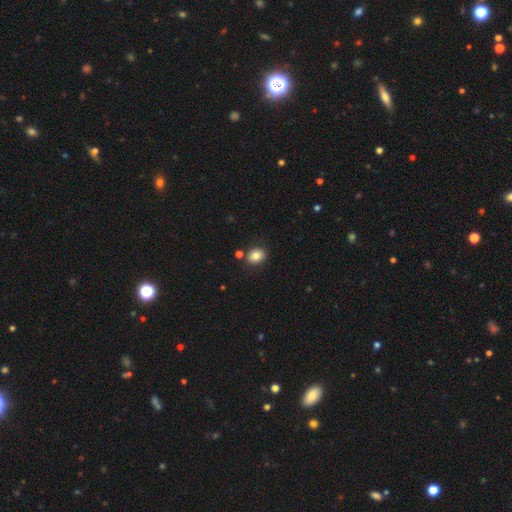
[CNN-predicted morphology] type=smooth (82%); roundness=in between (50%); merging=none (80%).